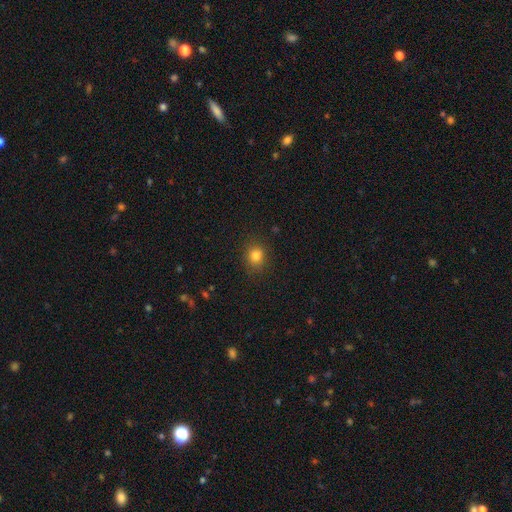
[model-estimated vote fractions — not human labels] smooth_or_featured: smooth (p=0.81) [alt: star or artifact p=0.13]
how_rounded: round (p=0.73) [alt: in between p=0.26]
merging: none (p=0.85) [alt: minor disturbance p=0.11]